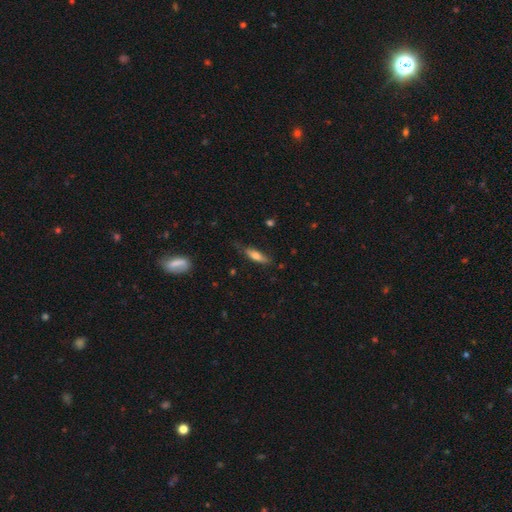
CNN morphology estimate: smooth-or-featured: smooth: 66% | featured or disk: 27% | star or artifact: 7%
  how-rounded: cigar-shaped: 58% | in between: 40% | round: 2%
  merging: none: 67% | minor disturbance: 25% | major disturbance: 6% | merger: 2%